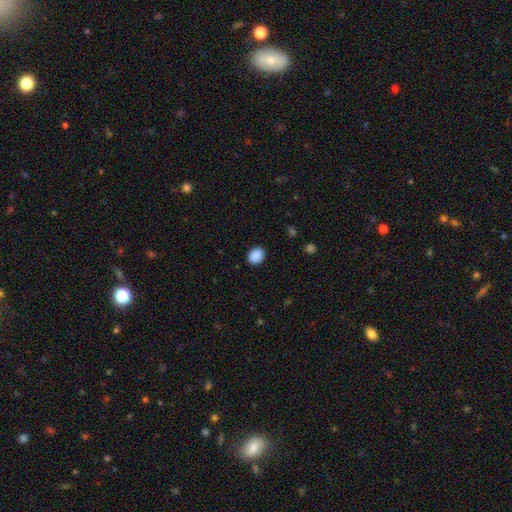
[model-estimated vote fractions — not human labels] smooth_or_featured: smooth (p=0.89) [alt: star or artifact p=0.08]
how_rounded: round (p=0.55) [alt: in between p=0.44]
merging: none (p=0.89) [alt: minor disturbance p=0.08]